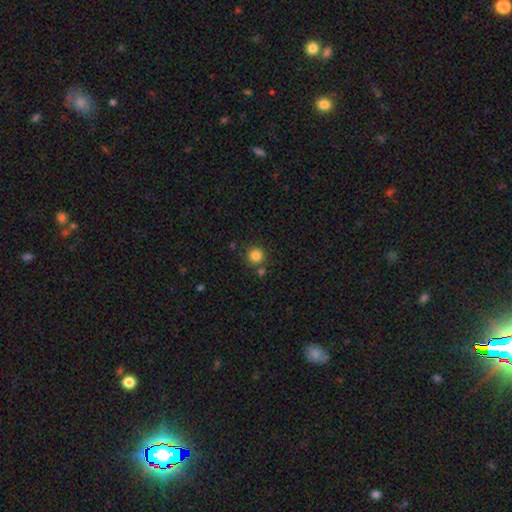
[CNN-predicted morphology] This appears to be a smooth galaxy with no disk features (84%) that is round (94%). Merging: none (81%).